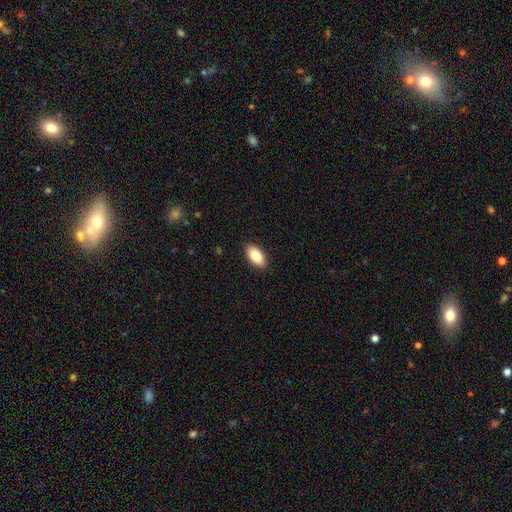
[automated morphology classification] Smooth or featured?
  - smooth: 86% *
  - featured or disk: 8%
  - star or artifact: 6%
How rounded?
  - in between: 94% *
  - round: 3%
  - cigar-shaped: 3%
Merging?
  - none: 89% *
  - minor disturbance: 8%
  - major disturbance: 2%
  - merger: 1%